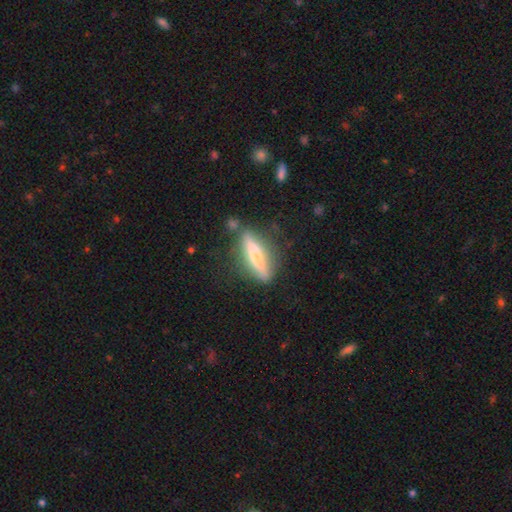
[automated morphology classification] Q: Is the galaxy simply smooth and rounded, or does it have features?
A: featured or disk — 56%.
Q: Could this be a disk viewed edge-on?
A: yes — 86%.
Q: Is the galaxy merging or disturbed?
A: none — 76%.